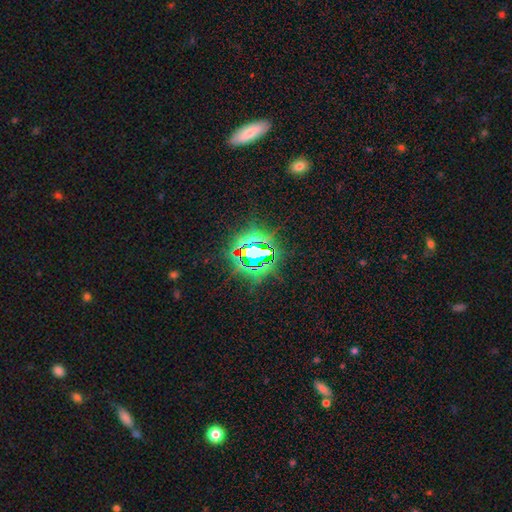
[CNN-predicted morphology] star or artifact 81%, smooth 10%, featured or disk 8%.